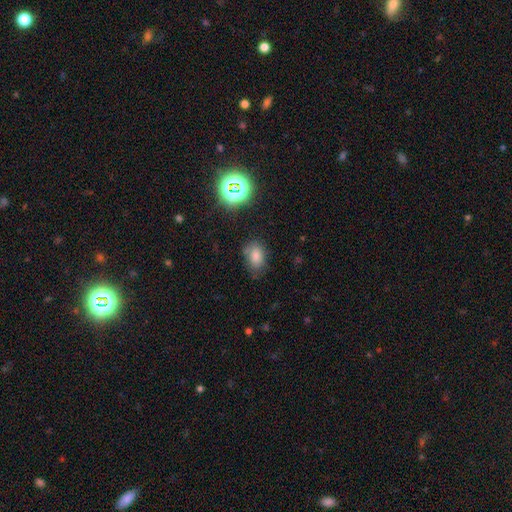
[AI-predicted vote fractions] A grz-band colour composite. It shows a smooth galaxy with no disk features (77%) that is in between round and cigar-shaped (81%). Merging: none (69%).